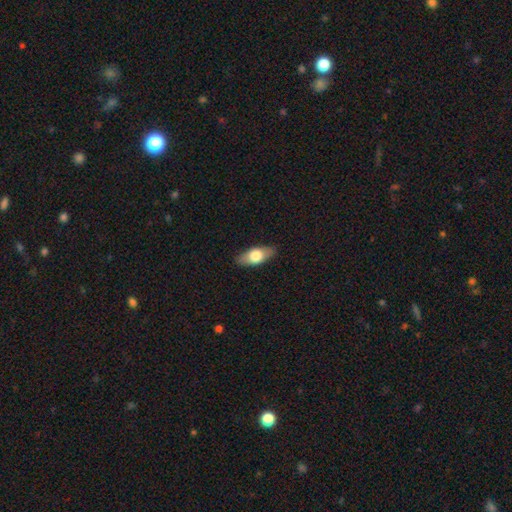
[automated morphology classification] Smooth or featured? smooth (68%)
How rounded? in between (84%)
Merging? none (86%)